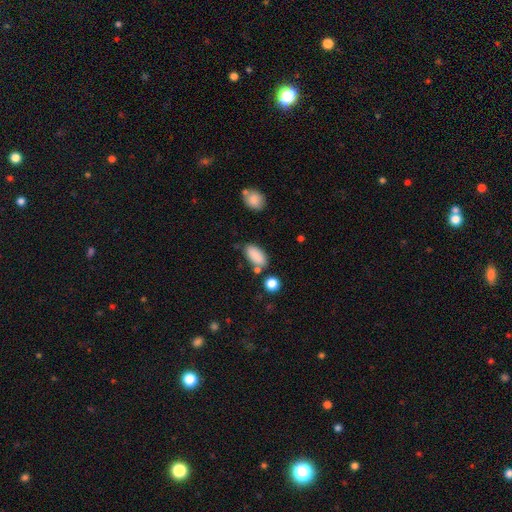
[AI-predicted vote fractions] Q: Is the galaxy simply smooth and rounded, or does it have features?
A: smooth — 87%.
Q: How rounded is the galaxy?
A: in between — 91%.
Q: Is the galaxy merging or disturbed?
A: none — 71%.